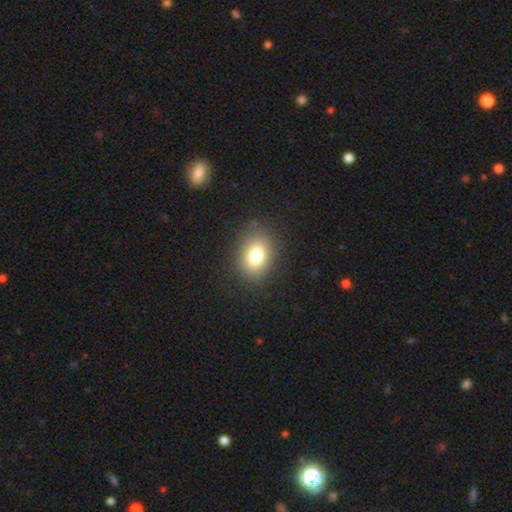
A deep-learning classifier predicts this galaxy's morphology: This is likely a smooth galaxy (78%). How rounded: likely in between (69%). Merging: clearly none (86%).